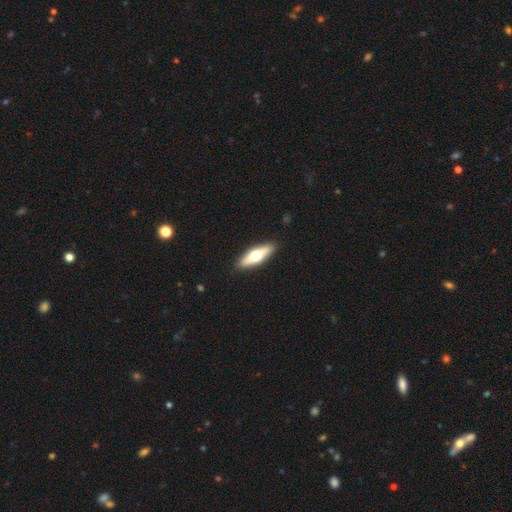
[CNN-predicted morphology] Smooth or featured? Predicted: smooth (p=0.49). Merging? Predicted: none (p=0.90).